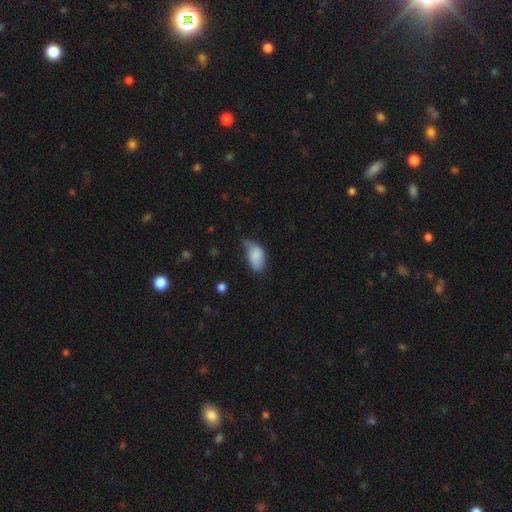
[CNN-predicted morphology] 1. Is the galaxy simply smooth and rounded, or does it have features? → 81% smooth, 12% featured or disk, 8% star or artifact.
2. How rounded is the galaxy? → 92% in between, 6% round, 2% cigar-shaped.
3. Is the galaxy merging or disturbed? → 47% minor disturbance, 32% none, 17% major disturbance, 3% merger.